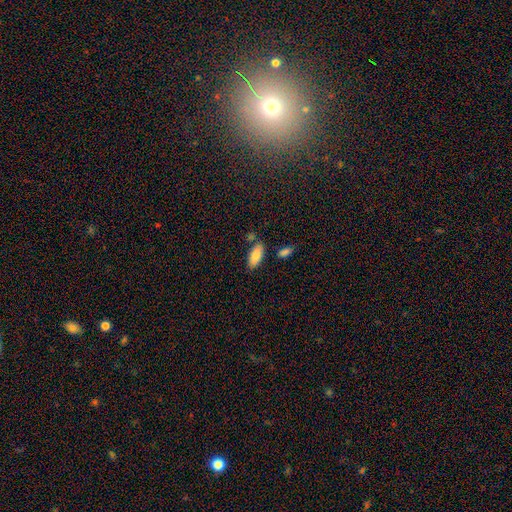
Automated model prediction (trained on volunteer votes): This is clearly a smooth galaxy (83%). How rounded: clearly in between (88%). Merging: likely none (76%).